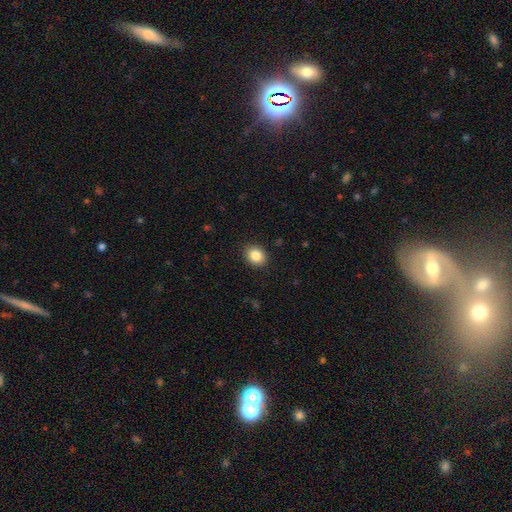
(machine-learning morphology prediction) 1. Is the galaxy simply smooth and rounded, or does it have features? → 86% smooth, 9% star or artifact, 5% featured or disk.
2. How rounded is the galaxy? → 60% round, 40% in between, 1% cigar-shaped.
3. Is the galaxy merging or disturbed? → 90% none, 7% minor disturbance, 2% major disturbance, 1% merger.